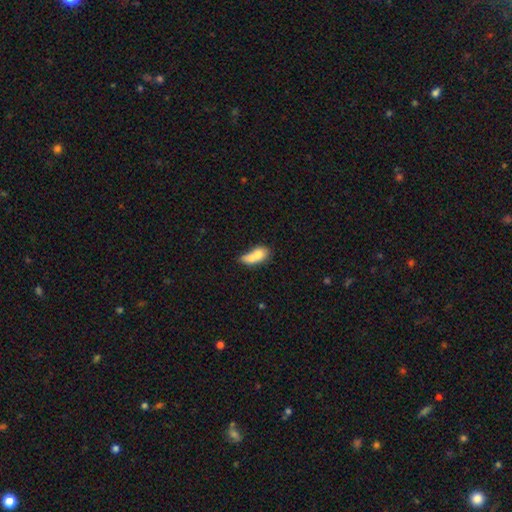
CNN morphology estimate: Smooth or featured? Predicted: smooth (p=0.71). How rounded? Predicted: in between (p=0.73). Merging? Predicted: merger (p=0.55).